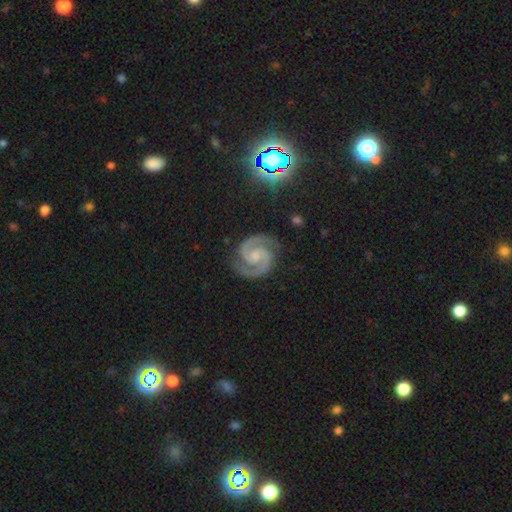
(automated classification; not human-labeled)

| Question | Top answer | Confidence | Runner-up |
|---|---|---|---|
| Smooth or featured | featured or disk | 93% | star or artifact (4%) |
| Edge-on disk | no | 99% | yes (1%) |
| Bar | no | 57% | weak (32%) |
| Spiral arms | yes | 99% | no (1%) |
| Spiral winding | tight | 52% | medium (44%) |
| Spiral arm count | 2 | 95% | 3 (1%) |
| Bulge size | small | 46% | moderate (30%) |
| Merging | none | 85% | minor disturbance (11%) |